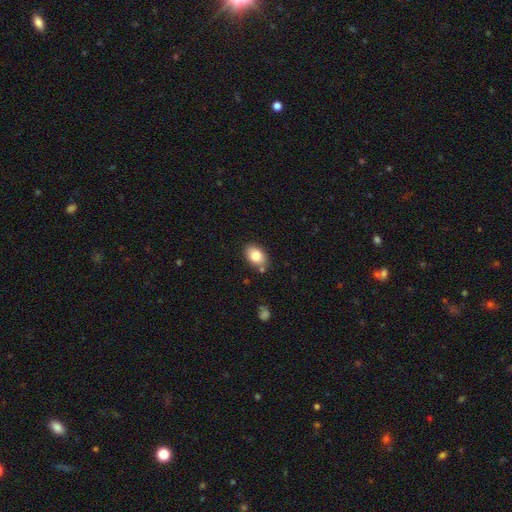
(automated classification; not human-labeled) Q: Smooth or featured?
A: smooth (81%); runner-up: featured or disk (10%)
Q: How rounded?
A: in between (82%); runner-up: round (17%)
Q: Merging?
A: none (79%); runner-up: minor disturbance (13%)